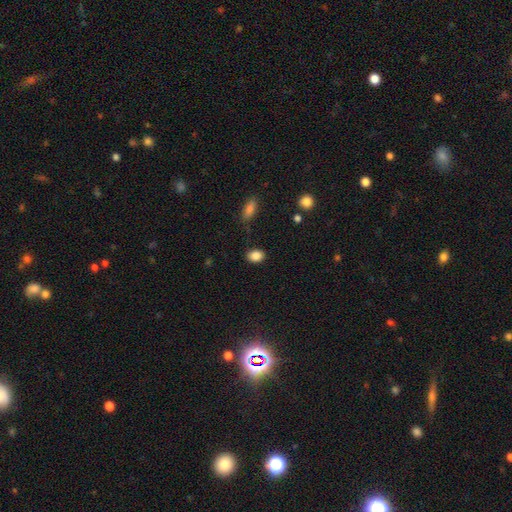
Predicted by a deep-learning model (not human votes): smooth 87%, star or artifact 9%, featured or disk 5%. Down the decision tree: how rounded — in between (70%); merging — none (85%).